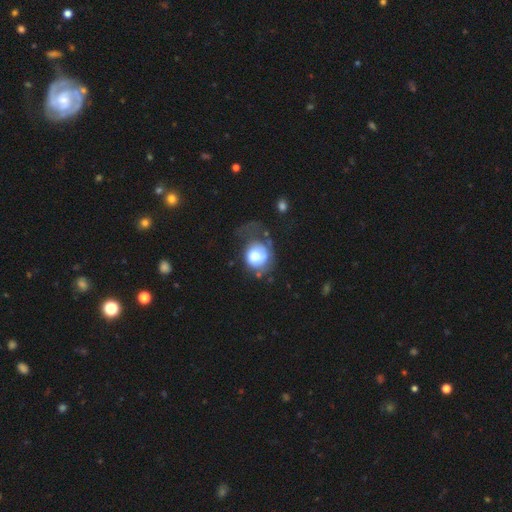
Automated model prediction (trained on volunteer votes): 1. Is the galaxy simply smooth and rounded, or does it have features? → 54% smooth, 37% featured or disk, 8% star or artifact.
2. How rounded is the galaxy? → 73% round, 26% in between, 1% cigar-shaped.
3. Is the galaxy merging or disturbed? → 45% major disturbance, 25% none, 23% minor disturbance, 6% merger.